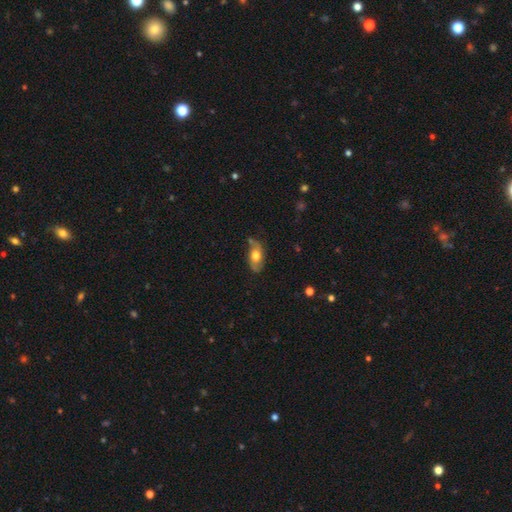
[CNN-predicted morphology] Overall: featured or disk (48%; smooth 45%). Merging: none (66%).